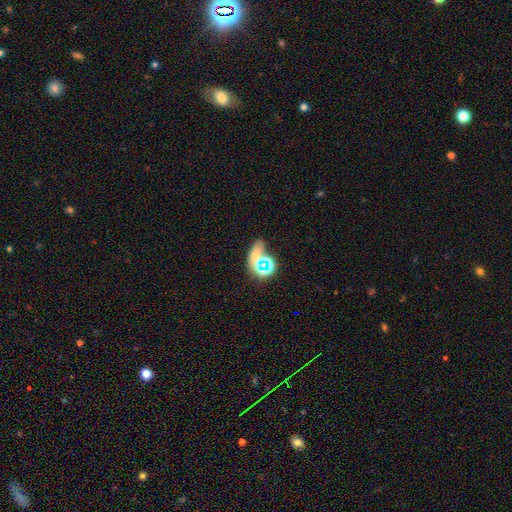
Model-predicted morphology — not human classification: type=smooth (42%); merging=none (40%).